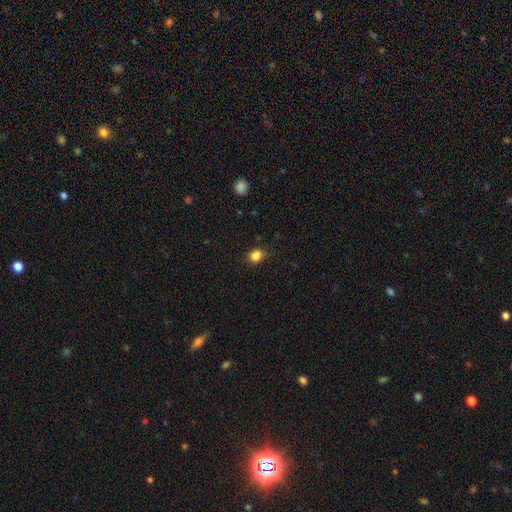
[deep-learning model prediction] Q: Smooth or featured?
A: smooth (85%); runner-up: star or artifact (11%)
Q: How rounded?
A: round (56%); runner-up: in between (43%)
Q: Merging?
A: none (83%); runner-up: minor disturbance (13%)